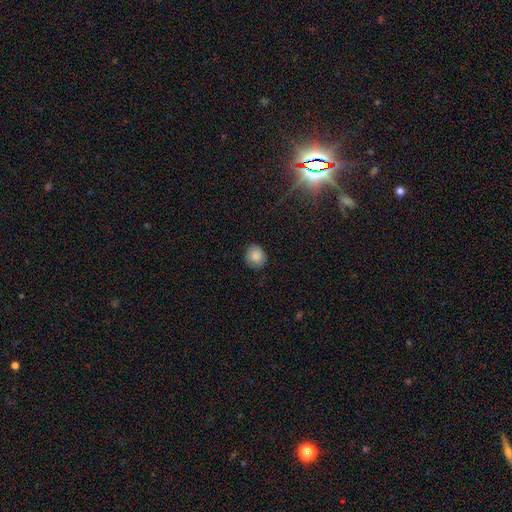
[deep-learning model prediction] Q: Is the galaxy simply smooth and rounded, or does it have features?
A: smooth — 86%.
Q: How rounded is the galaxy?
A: round — 75%.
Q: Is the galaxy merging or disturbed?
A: none — 86%.